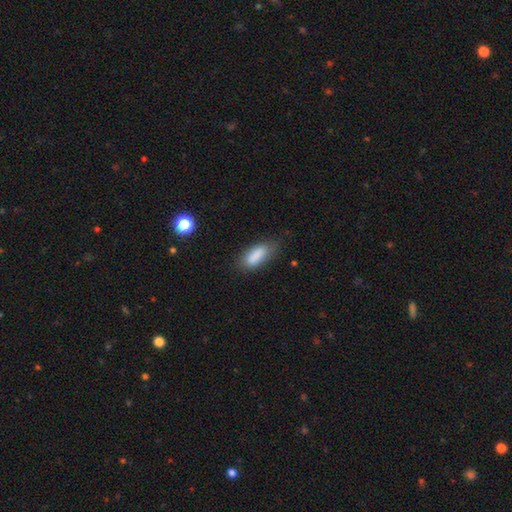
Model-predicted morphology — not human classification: Smooth or featured? Predicted: smooth (p=0.84). How rounded? Predicted: in between (p=0.78). Merging? Predicted: none (p=0.66).